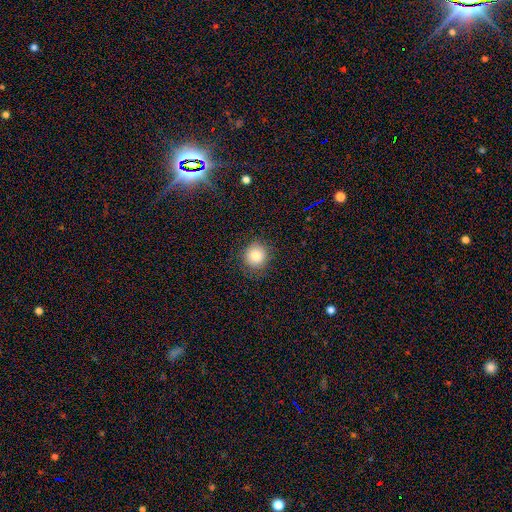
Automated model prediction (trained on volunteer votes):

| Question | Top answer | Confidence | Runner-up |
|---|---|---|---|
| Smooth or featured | smooth | 83% | star or artifact (11%) |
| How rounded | round | 90% | in between (9%) |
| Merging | none | 85% | minor disturbance (10%) |